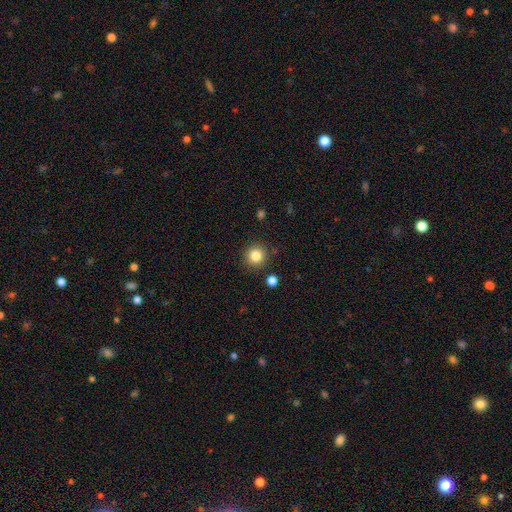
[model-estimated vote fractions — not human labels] Smooth or featured? smooth (84%)
How rounded? round (94%)
Merging? none (88%)